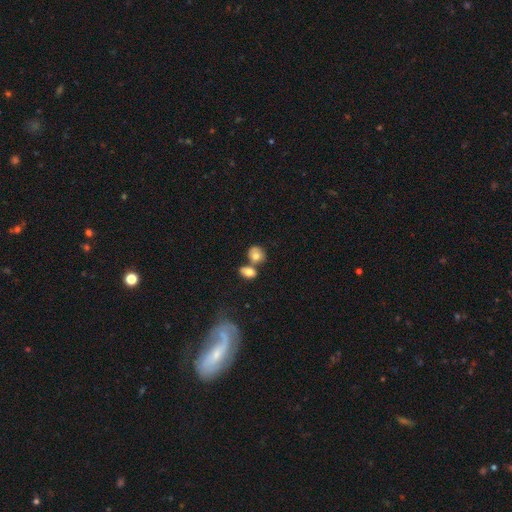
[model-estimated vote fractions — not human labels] Q: Smooth or featured?
A: smooth (72%); runner-up: featured or disk (19%)
Q: How rounded?
A: round (60%); runner-up: in between (39%)
Q: Merging?
A: none (43%); runner-up: merger (40%)